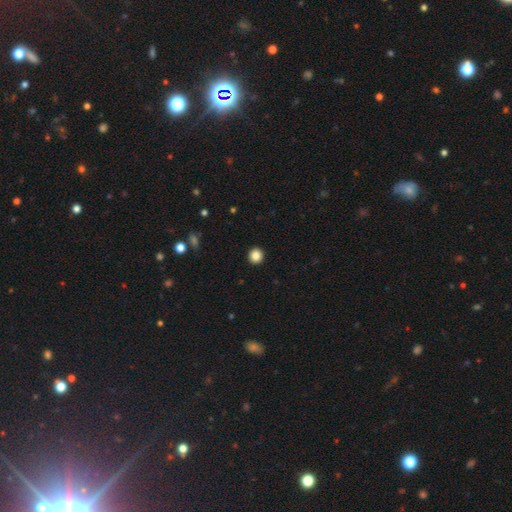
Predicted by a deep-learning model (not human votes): A smooth galaxy with no disk features (86%) that is round (94%). Merging: none (94%).